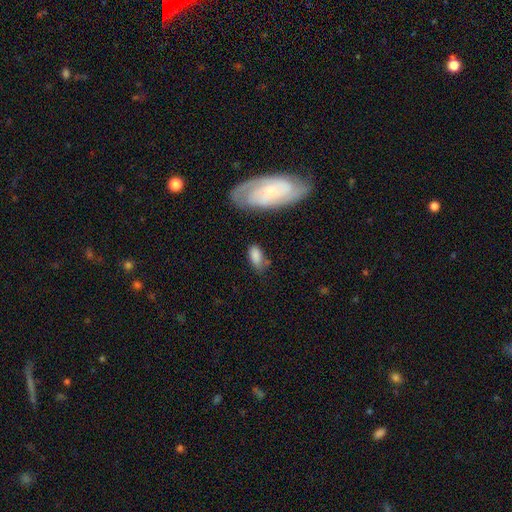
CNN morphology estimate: The model was most divided on "merging": none: 57%, minor disturbance: 28%, major disturbance: 9%, merger: 6%. More confident: how rounded — in between (89%); smooth or featured — smooth (81%).